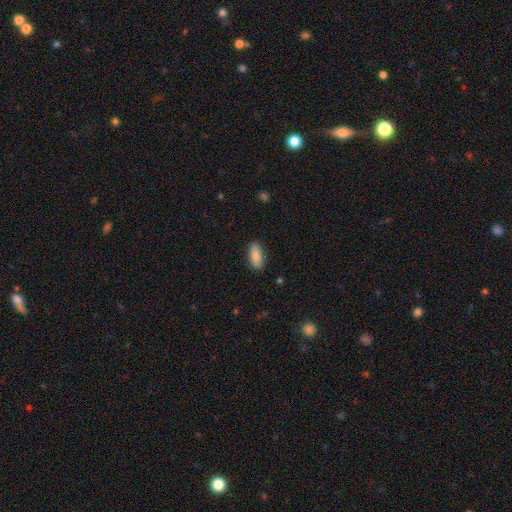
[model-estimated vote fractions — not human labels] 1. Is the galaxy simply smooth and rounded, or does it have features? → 84% smooth, 9% featured or disk, 6% star or artifact.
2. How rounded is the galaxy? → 81% in between, 17% cigar-shaped, 2% round.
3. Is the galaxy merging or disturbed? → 87% none, 10% minor disturbance, 2% major disturbance, 1% merger.